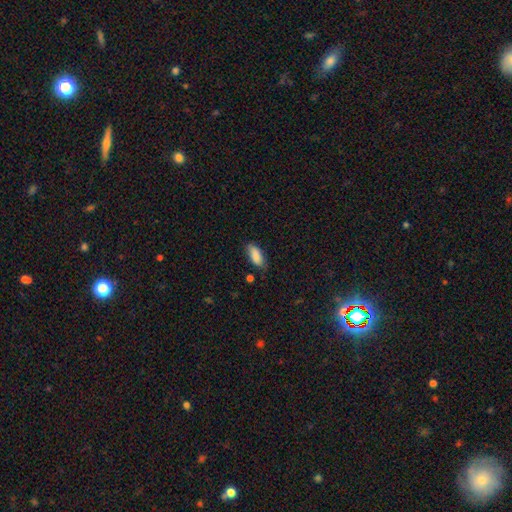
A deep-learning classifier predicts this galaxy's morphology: Overall: smooth (86%). How rounded: in between (85%). Merging: none (70%).